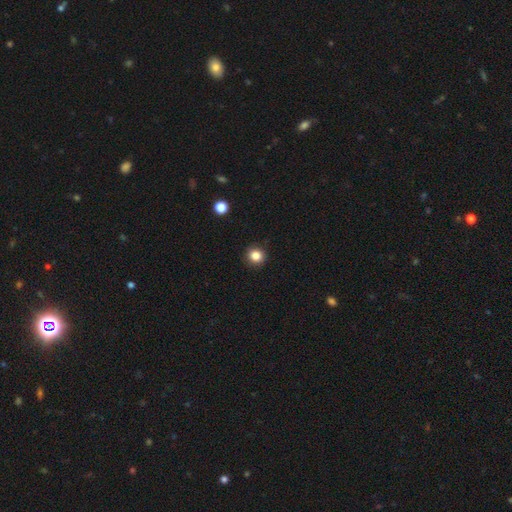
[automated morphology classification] Overall: smooth (84%). How rounded: round (90%). Merging: none (91%).